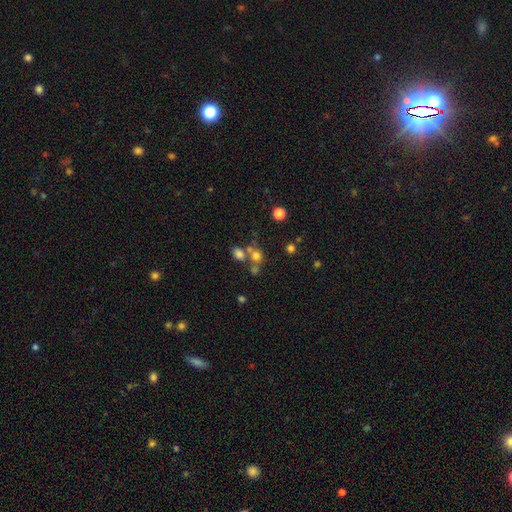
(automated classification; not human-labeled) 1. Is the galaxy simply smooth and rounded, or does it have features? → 67% smooth, 19% star or artifact, 14% featured or disk.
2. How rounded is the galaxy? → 72% round, 27% in between, 1% cigar-shaped.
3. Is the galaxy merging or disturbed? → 46% none, 39% merger, 9% minor disturbance, 6% major disturbance.